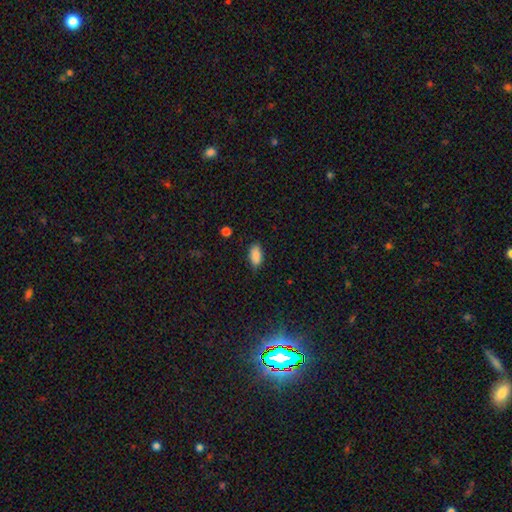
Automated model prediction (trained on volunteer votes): A smooth galaxy with no disk features (88%) that is in between round and cigar-shaped (92%). Merging: none (80%).